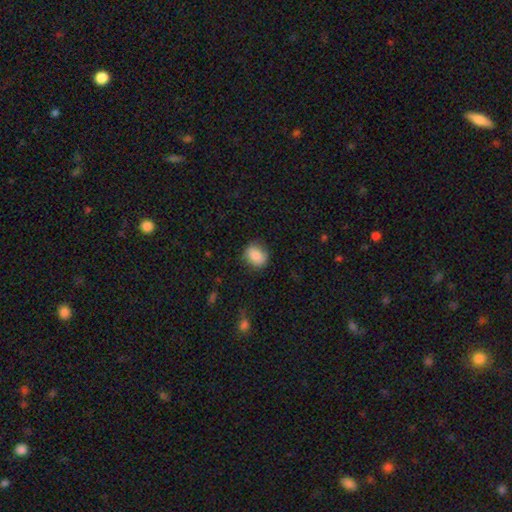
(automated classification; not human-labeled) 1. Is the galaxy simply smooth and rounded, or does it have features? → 84% smooth, 8% featured or disk, 8% star or artifact.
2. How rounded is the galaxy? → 51% round, 48% in between, 1% cigar-shaped.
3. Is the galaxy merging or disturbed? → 77% none, 17% minor disturbance, 4% major disturbance, 1% merger.